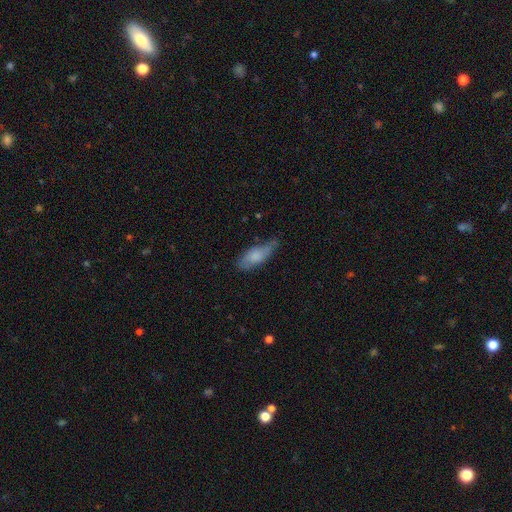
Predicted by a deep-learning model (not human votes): Smooth or featured?
  - smooth: 73% *
  - featured or disk: 20%
  - star or artifact: 7%
How rounded?
  - in between: 72% *
  - cigar-shaped: 26%
  - round: 2%
Merging?
  - none: 53% *
  - minor disturbance: 35%
  - major disturbance: 9%
  - merger: 3%